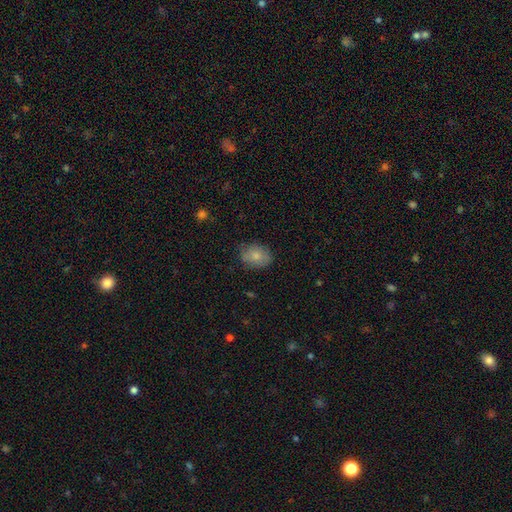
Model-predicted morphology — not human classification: Overall: smooth (78%). How rounded: in between (69%; round 30%). Merging: none (74%).